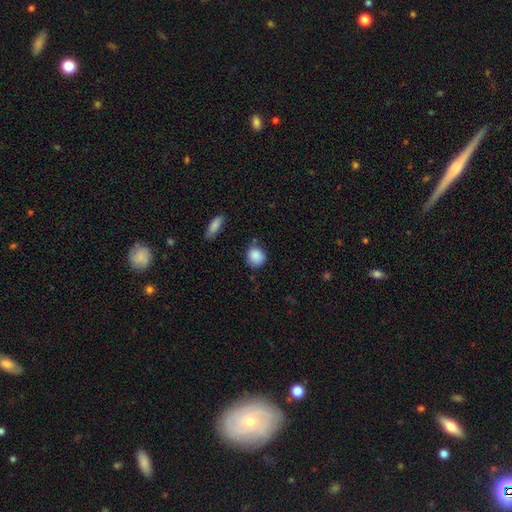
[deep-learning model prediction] Smooth or featured?
  - smooth: 88% *
  - star or artifact: 8%
  - featured or disk: 4%
How rounded?
  - round: 80% *
  - in between: 19%
  - cigar-shaped: 1%
Merging?
  - none: 71% *
  - minor disturbance: 20%
  - merger: 5%
  - major disturbance: 4%